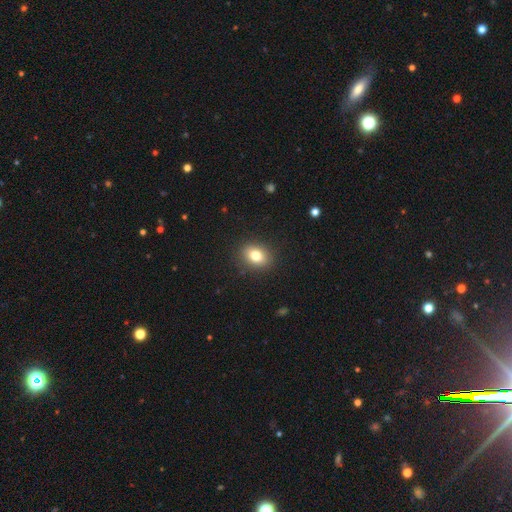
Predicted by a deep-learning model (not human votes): Smooth or featured?
  - smooth: 80% *
  - star or artifact: 10%
  - featured or disk: 10%
How rounded?
  - in between: 60% *
  - round: 39%
  - cigar-shaped: 1%
Merging?
  - none: 88% *
  - minor disturbance: 8%
  - major disturbance: 3%
  - merger: 1%